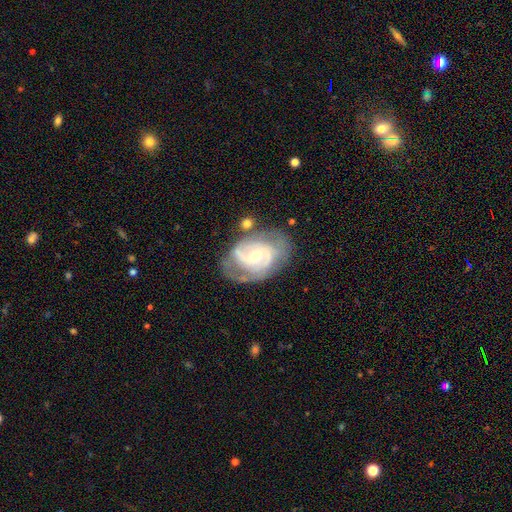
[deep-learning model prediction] A featured or disk galaxy (86%) with no bar (47%), 2 (64%) medium (44%, tied with tight) spiral arms (94%) and a moderate central bulge (49%).

Vote fractions:
- Smooth or featured? featured or disk: 86% / smooth: 9% / star or artifact: 5%
- Edge-on disk? no: 97% / yes: 3%
- Bar? no: 47% / weak: 42% / strong: 11%
- Spiral arms? yes: 94% / no: 6%
- Spiral winding? medium: 44% (tied) / tight: 44% (tied) / loose: 12%
- Spiral arm count? 2: 64% / can't tell: 15% / 3: 12% / 1: 4% / 4: 3% / more than 4: 2%
- Bulge size? moderate: 49% / small: 47% / large: 2% / none: 1% / dominant: 1%
- Merging? none: 60% / minor disturbance: 23% / major disturbance: 12% / merger: 5%